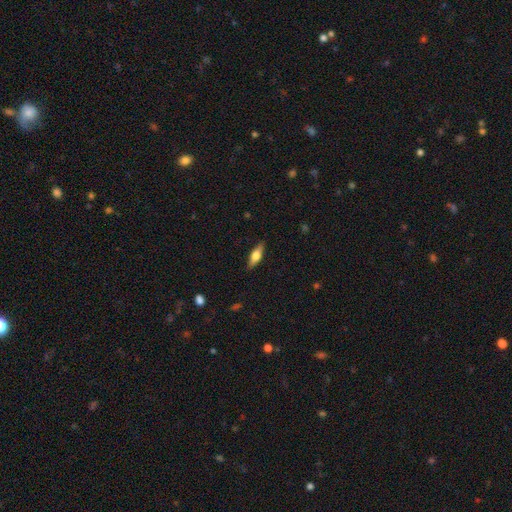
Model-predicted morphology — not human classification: smooth 53%, featured or disk 41%, star or artifact 6%. Down the decision tree: how rounded — in between (50%); merging — none (87%).